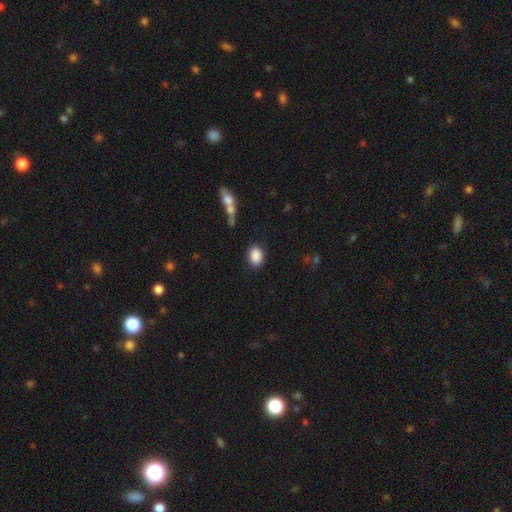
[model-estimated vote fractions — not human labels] This is clearly a smooth galaxy (89%). How rounded: likely in between (77%). Merging: clearly none (84%).